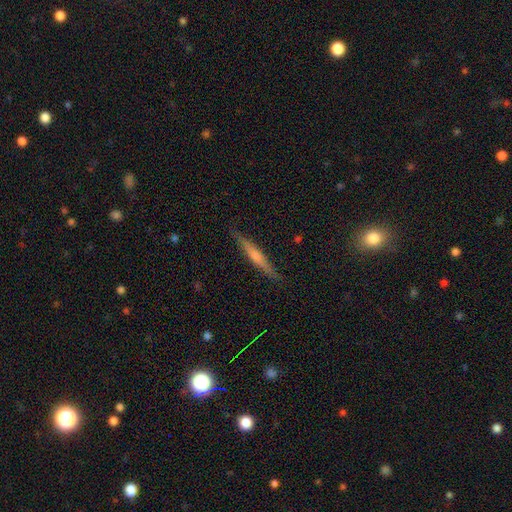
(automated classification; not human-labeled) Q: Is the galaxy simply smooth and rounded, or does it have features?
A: featured or disk — 56%.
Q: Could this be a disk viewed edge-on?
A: yes — 97%.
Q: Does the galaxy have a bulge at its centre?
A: rounded — 56%.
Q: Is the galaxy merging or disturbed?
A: none — 89%.